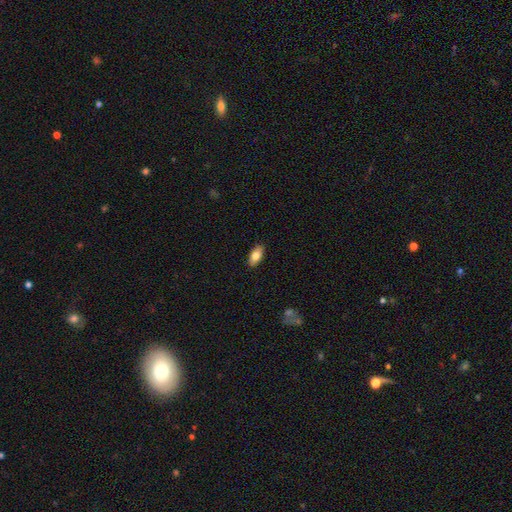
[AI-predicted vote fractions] This appears to be a smooth galaxy with no disk features (76%) that is in between round and cigar-shaped (87%). Merging: none (89%).